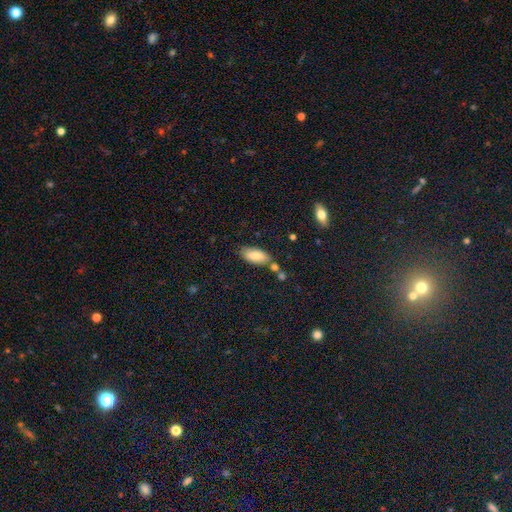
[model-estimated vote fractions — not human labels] The model was most divided on "merging": none: 72%, minor disturbance: 15%, merger: 10%, major disturbance: 4%. More confident: how rounded — in between (89%); smooth or featured — smooth (82%).